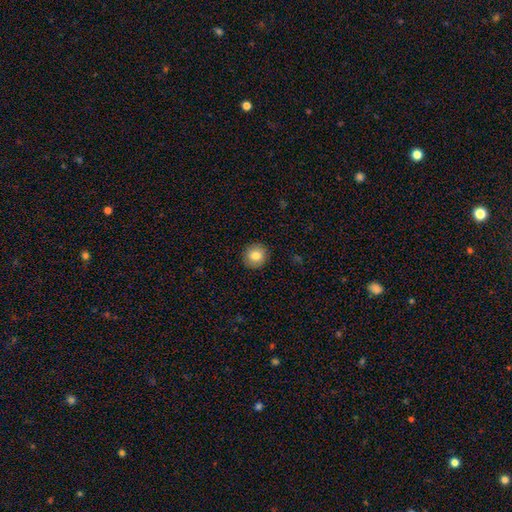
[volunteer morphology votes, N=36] Smooth or featured: smooth — 81% (featured or disk — 14%)
How rounded: round — 97% (in between — 3%)
Merging: none — 100%